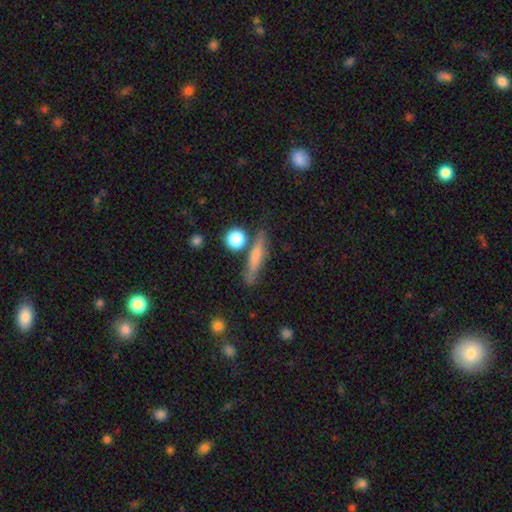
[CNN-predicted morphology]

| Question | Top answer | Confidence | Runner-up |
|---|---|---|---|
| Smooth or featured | smooth | 57% | featured or disk (34%) |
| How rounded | cigar-shaped | 82% | in between (12%) |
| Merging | none | 75% | minor disturbance (14%) |